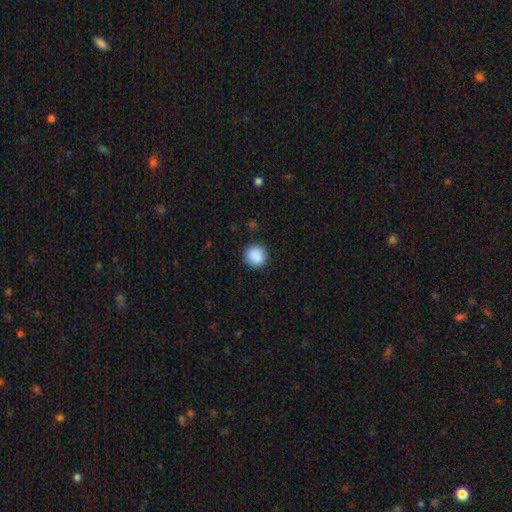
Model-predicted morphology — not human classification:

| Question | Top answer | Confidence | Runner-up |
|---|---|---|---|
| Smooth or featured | smooth | 89% | star or artifact (8%) |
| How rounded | round | 92% | in between (7%) |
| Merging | none | 90% | minor disturbance (7%) |